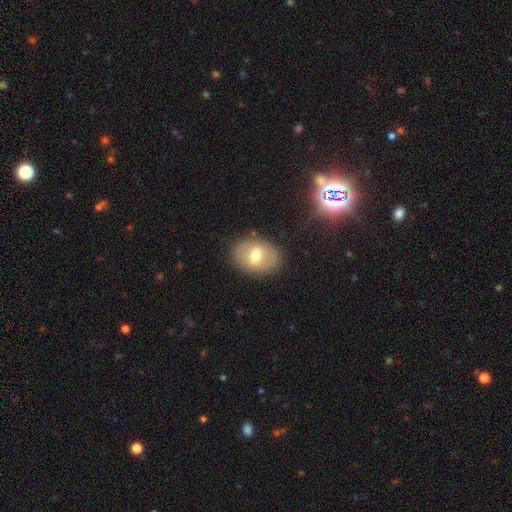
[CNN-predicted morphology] This is possibly a smooth galaxy (56%). How rounded: likely in between (62%). Merging: clearly none (84%).